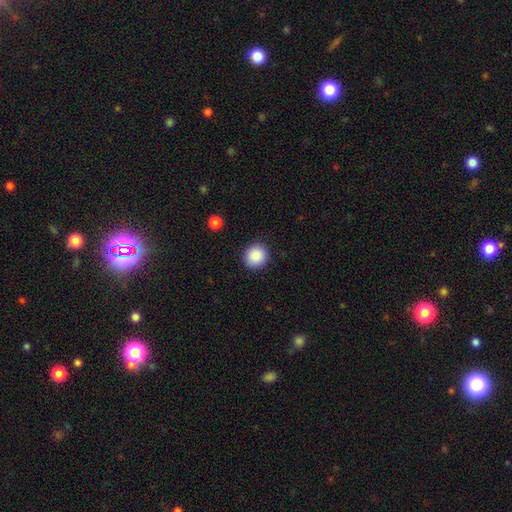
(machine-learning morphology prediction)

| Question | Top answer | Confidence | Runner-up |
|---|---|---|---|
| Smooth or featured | smooth | 88% | star or artifact (8%) |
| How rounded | round | 91% | in between (8%) |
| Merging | none | 90% | minor disturbance (6%) |